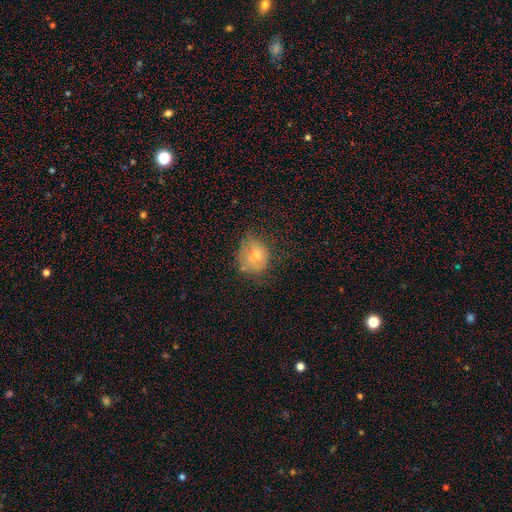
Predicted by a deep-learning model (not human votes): Smooth or featured: smooth — 67% (featured or disk — 22%)
How rounded: round — 70% (in between — 29%)
Merging: none — 53% (minor disturbance — 29%)